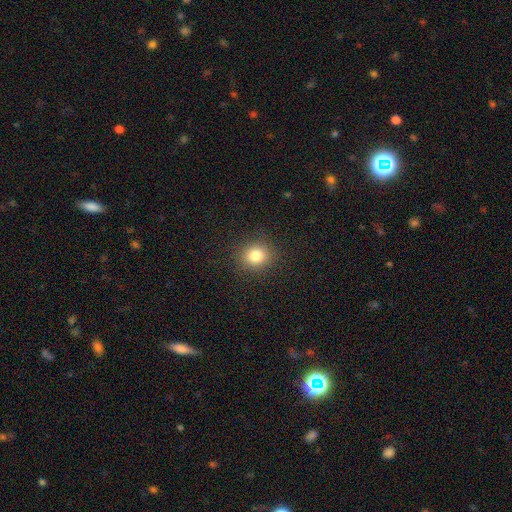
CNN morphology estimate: type=smooth (82%); roundness=round (78%); merging=none (89%).